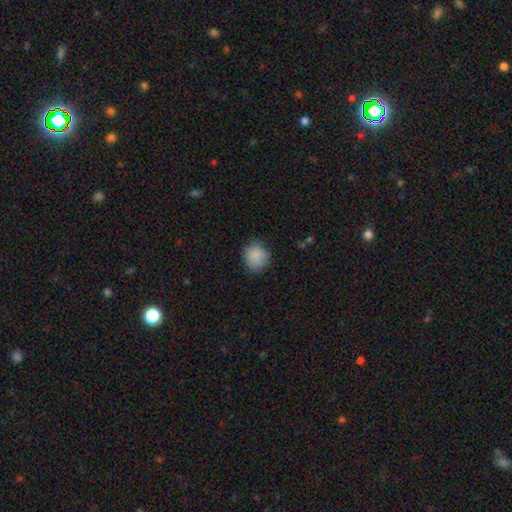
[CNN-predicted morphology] Smooth or featured?
  - smooth: 88% *
  - star or artifact: 8%
  - featured or disk: 5%
How rounded?
  - round: 80% *
  - in between: 19%
  - cigar-shaped: 1%
Merging?
  - none: 81% *
  - minor disturbance: 15%
  - major disturbance: 3%
  - merger: 1%